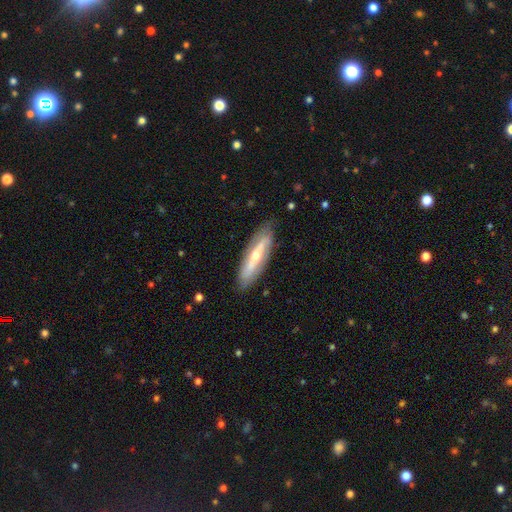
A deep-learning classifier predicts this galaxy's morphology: Q: Smooth or featured?
A: featured or disk (67%); runner-up: smooth (28%)
Q: Edge-on disk?
A: no (60%); runner-up: yes (40%)
Q: Merging?
A: none (82%); runner-up: minor disturbance (13%)